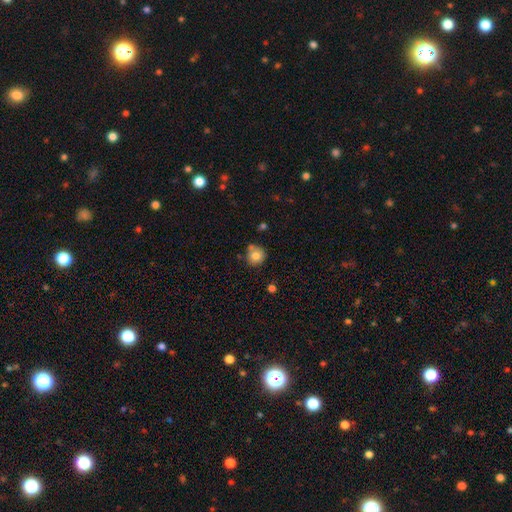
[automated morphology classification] Smooth or featured? Predicted: smooth (p=0.78). How rounded? Predicted: round (p=0.88). Merging? Predicted: none (p=0.67).